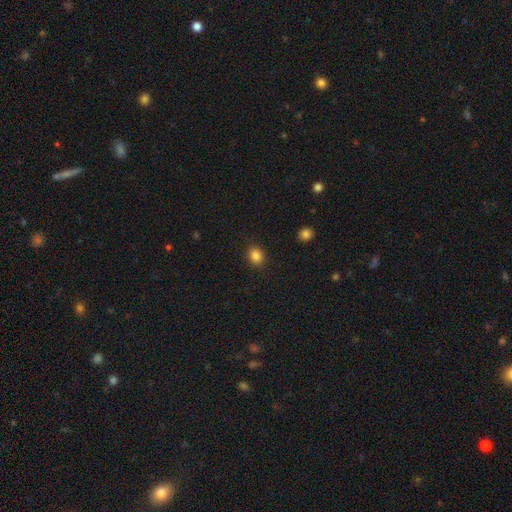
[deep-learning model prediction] Q: Smooth or featured?
A: smooth (85%); runner-up: star or artifact (10%)
Q: How rounded?
A: round (53%); runner-up: in between (46%)
Q: Merging?
A: none (89%); runner-up: minor disturbance (8%)